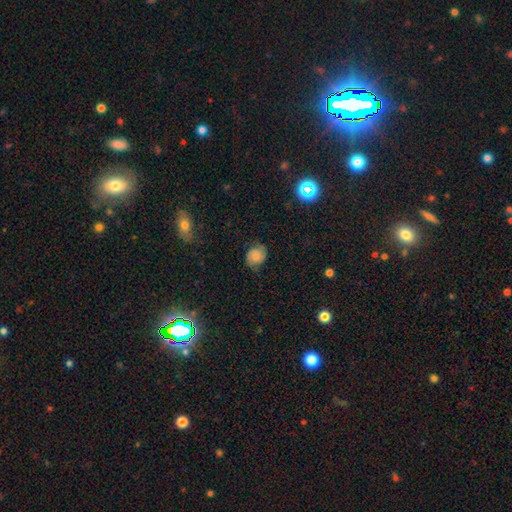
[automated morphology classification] Smooth or featured?
  - smooth: 51% *
  - featured or disk: 39%
  - star or artifact: 10%
How rounded?
  - round: 60% *
  - in between: 39%
  - cigar-shaped: 1%
Merging?
  - none: 68% *
  - minor disturbance: 23%
  - major disturbance: 8%
  - merger: 1%